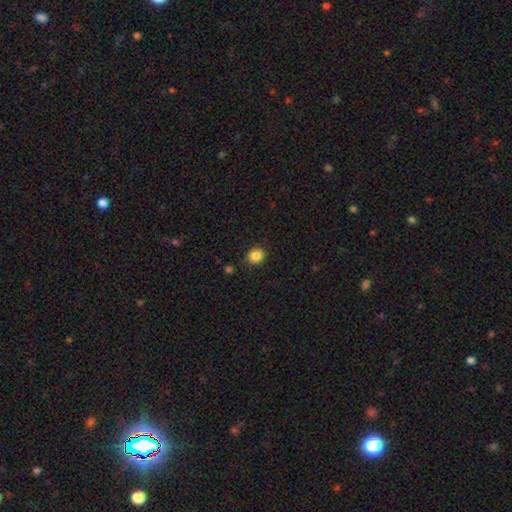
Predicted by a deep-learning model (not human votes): Smooth or featured?
  - smooth: 86% *
  - star or artifact: 10%
  - featured or disk: 4%
How rounded?
  - round: 81% *
  - in between: 18%
  - cigar-shaped: 1%
Merging?
  - none: 87% *
  - minor disturbance: 9%
  - major disturbance: 2%
  - merger: 2%